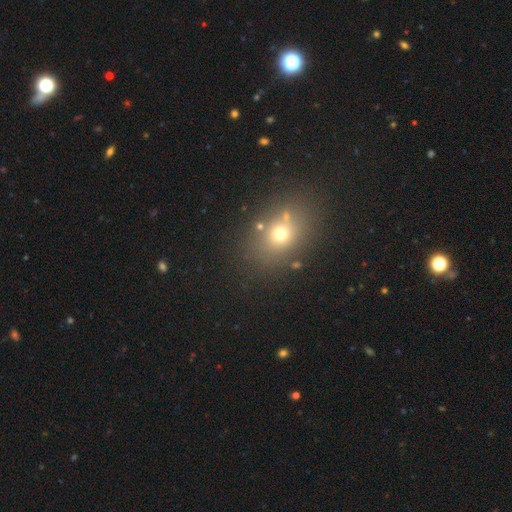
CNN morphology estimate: Smooth or featured?
  - smooth: 57% *
  - star or artifact: 29%
  - featured or disk: 14%
How rounded?
  - in between: 54% *
  - round: 44%
  - cigar-shaped: 2%
Merging?
  - none: 77% *
  - minor disturbance: 10%
  - merger: 9%
  - major disturbance: 4%